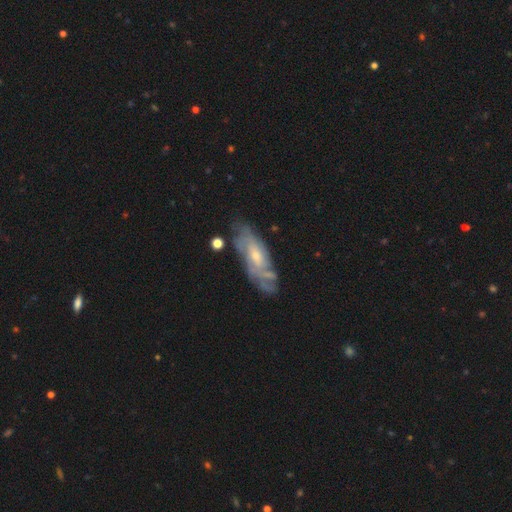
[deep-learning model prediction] Q: Smooth or featured?
A: featured or disk (74%); runner-up: smooth (19%)
Q: Edge-on disk?
A: no (85%); runner-up: yes (15%)
Q: Bar?
A: no (66%); runner-up: weak (29%)
Q: Spiral arms?
A: yes (83%); runner-up: no (17%)
Q: Spiral winding?
A: tight (58%); runner-up: medium (31%)
Q: Spiral arm count?
A: can't tell (61%); runner-up: 2 (14%)
Q: Bulge size?
A: small (53%); runner-up: moderate (40%)
Q: Merging?
A: none (68%); runner-up: minor disturbance (20%)